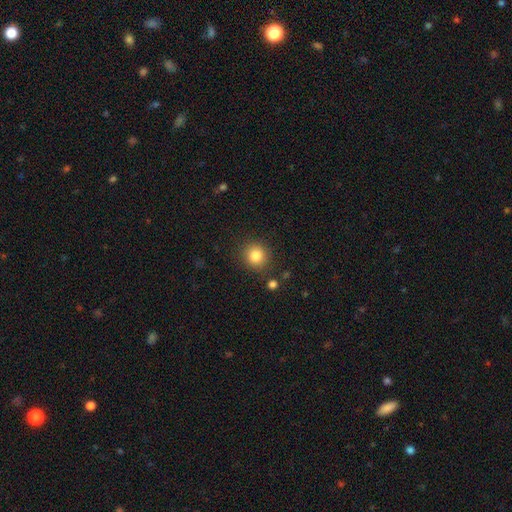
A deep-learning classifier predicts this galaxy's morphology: smooth-or-featured: smooth: 83% | star or artifact: 11% | featured or disk: 6%
  how-rounded: round: 90% | in between: 9% | cigar-shaped: 1%
  merging: none: 86% | minor disturbance: 8% | major disturbance: 3% | merger: 3%